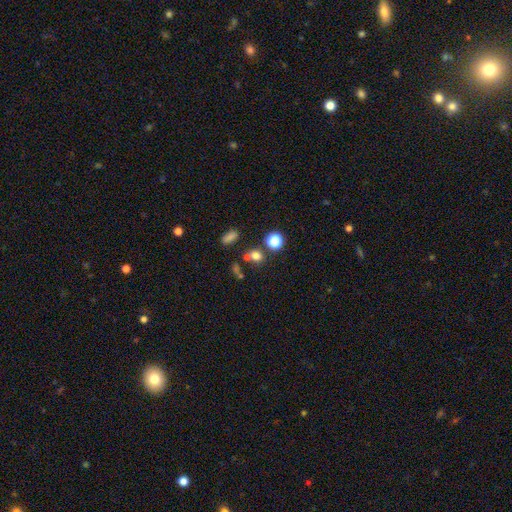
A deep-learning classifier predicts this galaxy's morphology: smooth-or-featured: smooth: 70% | star or artifact: 22% | featured or disk: 8%
  how-rounded: round: 73% | in between: 25% | cigar-shaped: 1%
  merging: none: 63% | merger: 22% | minor disturbance: 10% | major disturbance: 5%